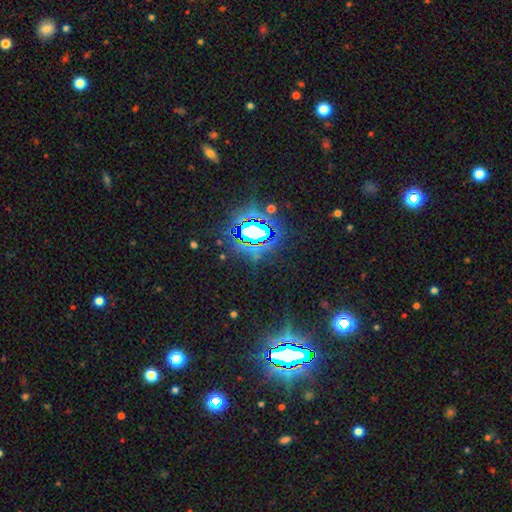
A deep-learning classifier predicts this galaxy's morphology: This is clearly a star or artifact rather than a galaxy (82%).